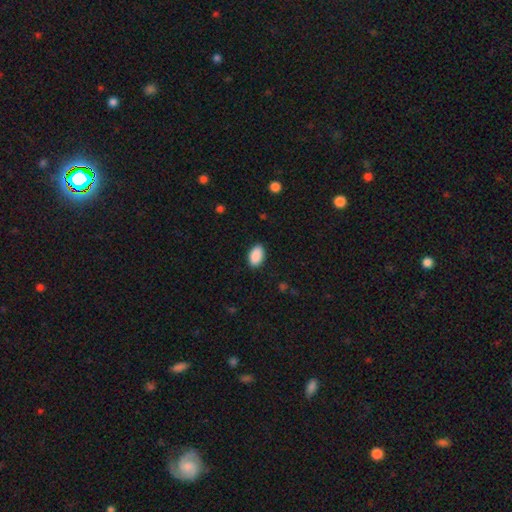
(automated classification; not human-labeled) A smooth galaxy with no disk features (91%) that is in between round and cigar-shaped (94%).

Vote fractions:
- Smooth or featured? smooth: 91% / star or artifact: 7% / featured or disk: 3%
- How rounded? in between: 94% / round: 5% / cigar-shaped: 1%
- Merging? none: 88% / minor disturbance: 9% / major disturbance: 2% / merger: 1%